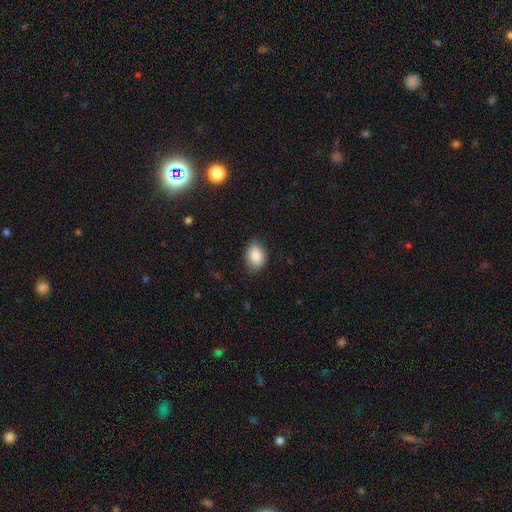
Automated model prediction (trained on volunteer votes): This appears to be a smooth galaxy with no disk features (87%) that is in between round and cigar-shaped (74%). Merging: none (78%).